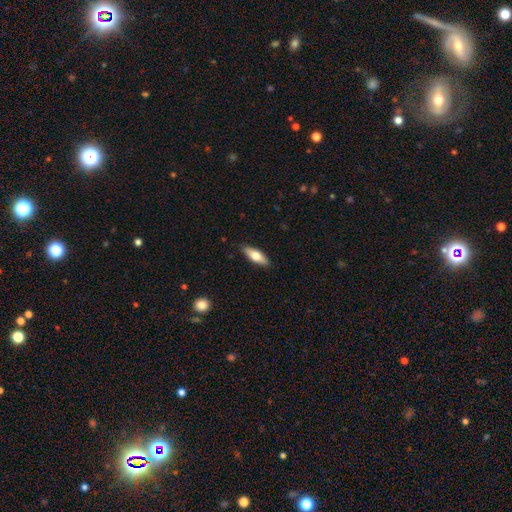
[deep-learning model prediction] The model was most divided on "how rounded": in between: 61%, cigar-shaped: 37%, round: 2%. More confident: merging — none (88%); smooth or featured — smooth (66%).